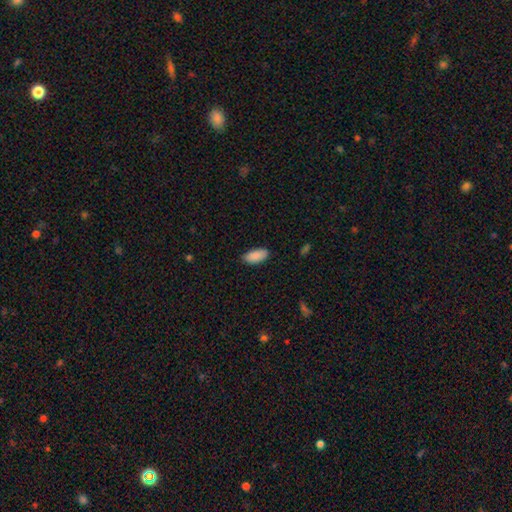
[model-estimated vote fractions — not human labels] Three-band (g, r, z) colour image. It shows a smooth galaxy with no disk features (90%) that is in between round and cigar-shaped (91%). Merging: none (86%).